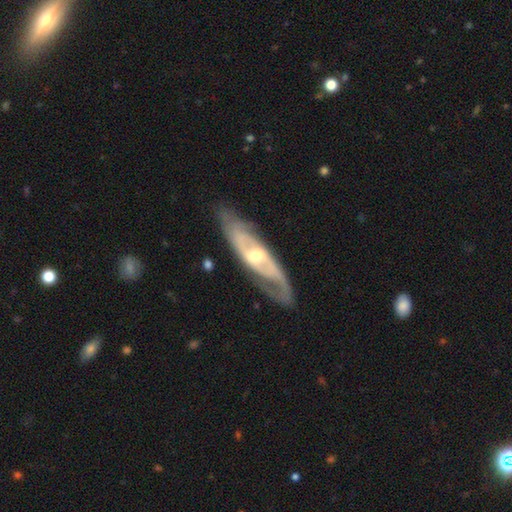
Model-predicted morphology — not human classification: This is clearly a featured or disk galaxy (82%). It is likely not viewed edge-on (76%). Bar: marginally no (42%). Spiral arm pattern: clearly yes (81%). Central bulge: likely moderate (65%). Merging: likely none (79%).